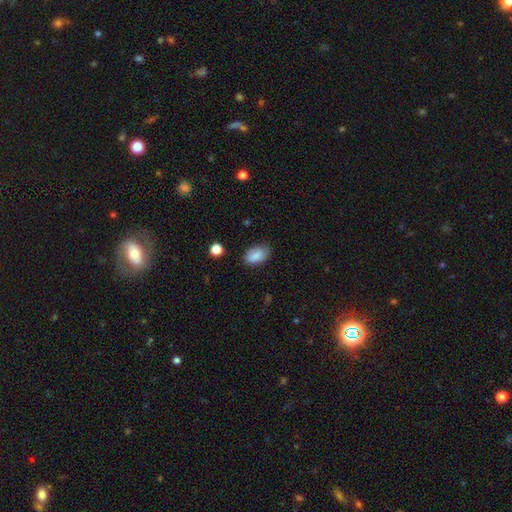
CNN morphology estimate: The model was most divided on "merging": none: 68%, minor disturbance: 25%, major disturbance: 5%, merger: 2%. More confident: how rounded — in between (91%); smooth or featured — smooth (81%).